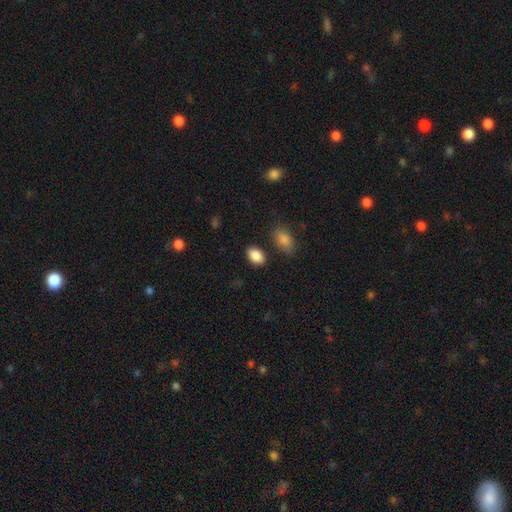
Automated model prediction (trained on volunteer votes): Smooth or featured?
  - smooth: 88% *
  - star or artifact: 7%
  - featured or disk: 4%
How rounded?
  - in between: 86% *
  - round: 12%
  - cigar-shaped: 1%
Merging?
  - none: 83% *
  - minor disturbance: 10%
  - merger: 3%
  - major disturbance: 3%